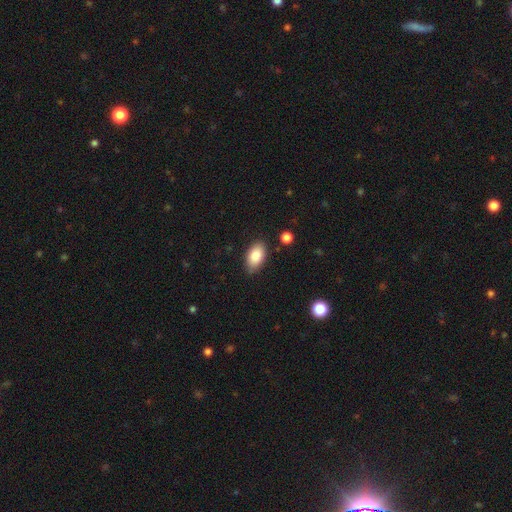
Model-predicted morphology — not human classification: Overall: smooth (85%). How rounded: in between (93%). Merging: none (82%).